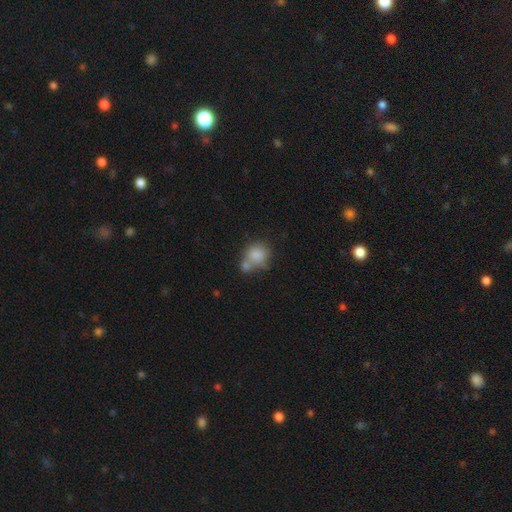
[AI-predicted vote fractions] smooth-or-featured: smooth: 83% | featured or disk: 9% | star or artifact: 9%
  how-rounded: round: 77% | in between: 22% | cigar-shaped: 1%
  merging: merger: 42% | none: 39% | minor disturbance: 13% | major disturbance: 5%